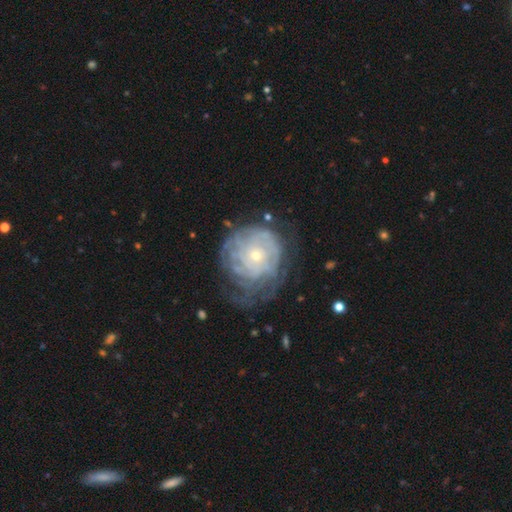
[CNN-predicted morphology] smooth-or-featured: featured or disk: 77% | smooth: 16% | star or artifact: 7%
  disk-edge-on: no: 97% | yes: 3%
    bar: no: 84% | weak: 13% | strong: 3%
    has-spiral-arms: yes: 82% | no: 18%
      spiral-winding: tight: 76% | medium: 17% | loose: 7%
      spiral-arm-count: can't tell: 54% | more than 4: 15% | 4: 12% | 3: 7% | 2: 7% | 1: 5%
    bulge-size: small: 73% | moderate: 23% | large: 2% | none: 1% | dominant: 1%
  merging: none: 55% | minor disturbance: 23% | major disturbance: 20% | merger: 2%